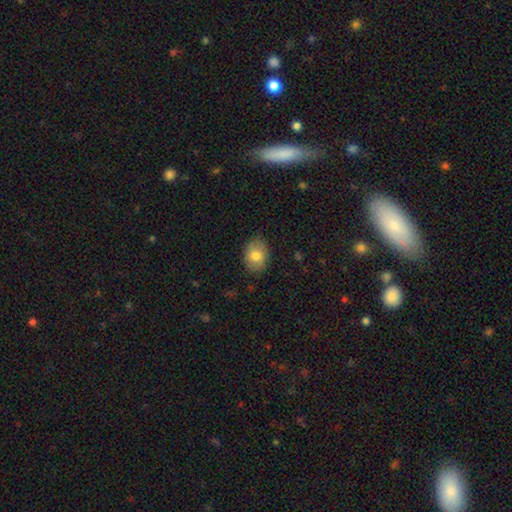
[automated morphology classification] Smooth or featured? smooth (78%)
How rounded? in between (59%)
Merging? none (81%)